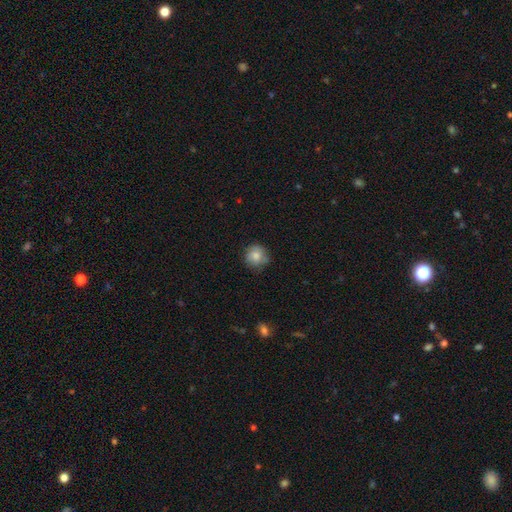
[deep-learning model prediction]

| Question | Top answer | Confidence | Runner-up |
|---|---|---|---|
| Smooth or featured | smooth | 77% | featured or disk (14%) |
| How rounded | round | 90% | in between (9%) |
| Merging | none | 72% | minor disturbance (22%) |